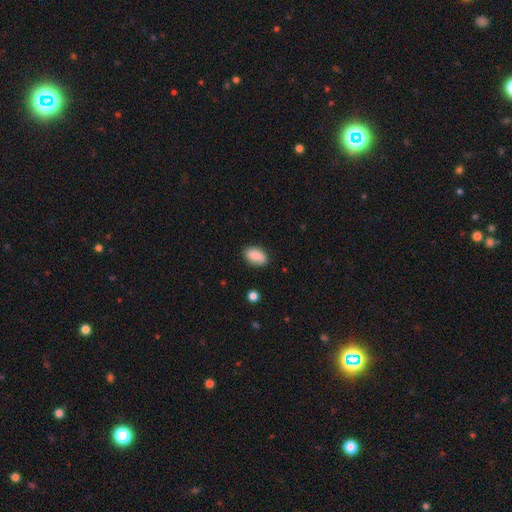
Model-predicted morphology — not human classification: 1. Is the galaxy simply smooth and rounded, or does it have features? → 82% smooth, 10% featured or disk, 8% star or artifact.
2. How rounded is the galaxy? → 90% in between, 8% round, 3% cigar-shaped.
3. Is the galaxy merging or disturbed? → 83% none, 13% minor disturbance, 3% major disturbance, 2% merger.